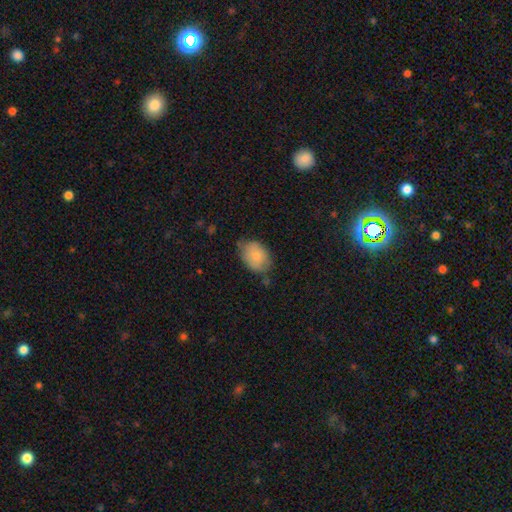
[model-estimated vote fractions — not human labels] Q: Smooth or featured?
A: smooth (78%); runner-up: featured or disk (15%)
Q: How rounded?
A: in between (74%); runner-up: round (25%)
Q: Merging?
A: none (61%); runner-up: minor disturbance (30%)